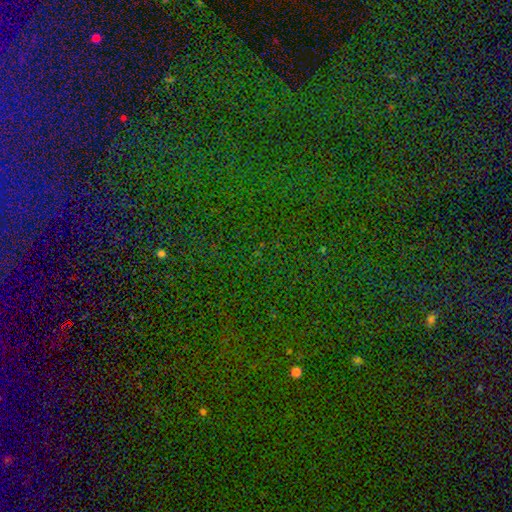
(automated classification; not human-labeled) A star or artifact, not a galaxy (81%).